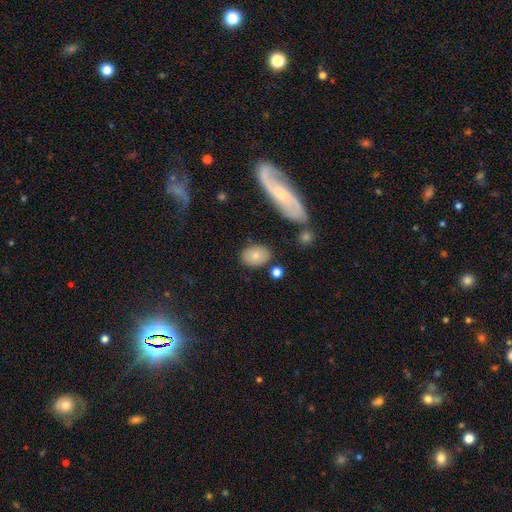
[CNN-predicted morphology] smooth_or_featured: smooth (p=0.79) [alt: featured or disk p=0.13]
how_rounded: in between (p=0.77) [alt: round p=0.21]
merging: none (p=0.80) [alt: minor disturbance p=0.12]